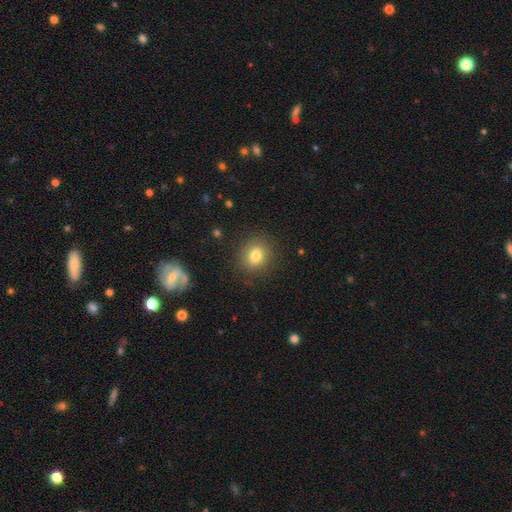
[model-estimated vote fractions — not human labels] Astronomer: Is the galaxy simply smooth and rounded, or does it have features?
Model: smooth — 80%.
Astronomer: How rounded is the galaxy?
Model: round — 69%.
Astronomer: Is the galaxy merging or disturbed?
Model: none — 87%.